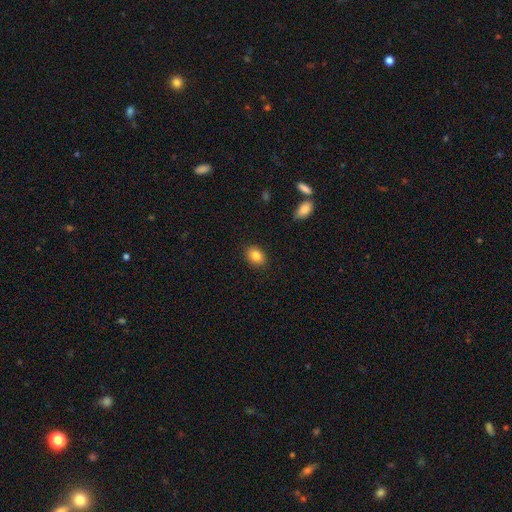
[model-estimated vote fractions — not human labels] A smooth galaxy with no disk features (83%) that is in between round and cigar-shaped (71%). Merging: none (88%).